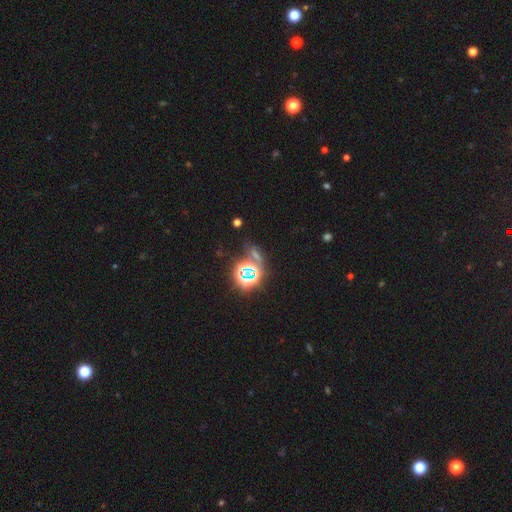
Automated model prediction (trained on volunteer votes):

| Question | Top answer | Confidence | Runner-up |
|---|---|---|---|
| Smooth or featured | star or artifact | 74% | smooth (16%) |